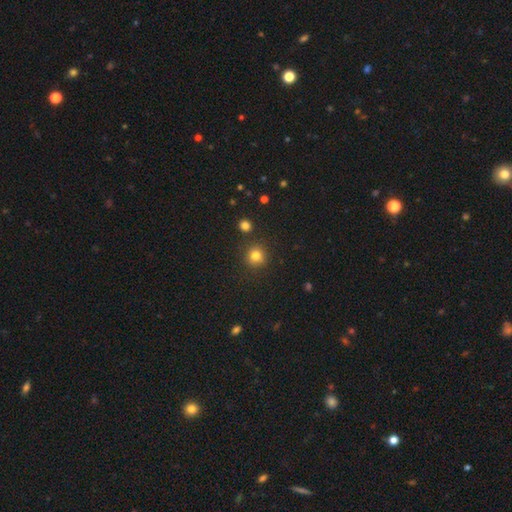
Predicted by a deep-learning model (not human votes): A smooth galaxy with no disk features (81%) that is round (90%). Merging: none (85%).